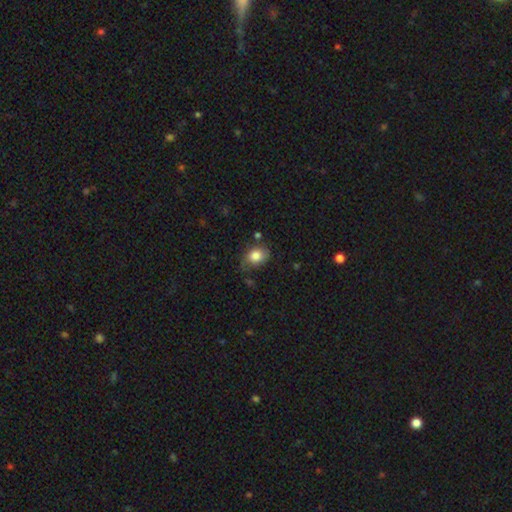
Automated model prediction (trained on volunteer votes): Smooth or featured: smooth — 82% (featured or disk — 10%)
How rounded: in between — 64% (round — 35%)
Merging: none — 60% (minor disturbance — 27%)